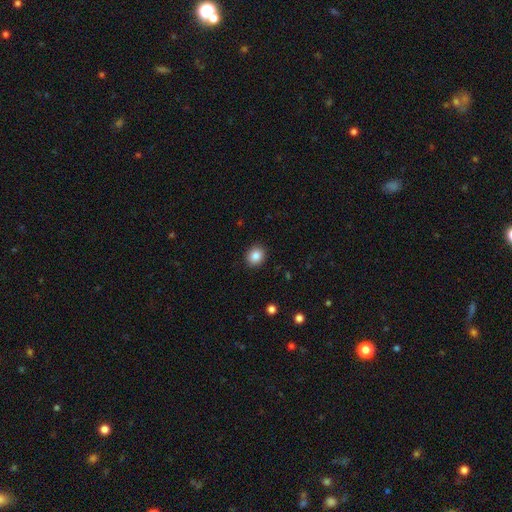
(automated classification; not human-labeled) This is clearly a smooth galaxy (85%). How rounded: likely round (77%). Merging: clearly none (91%).